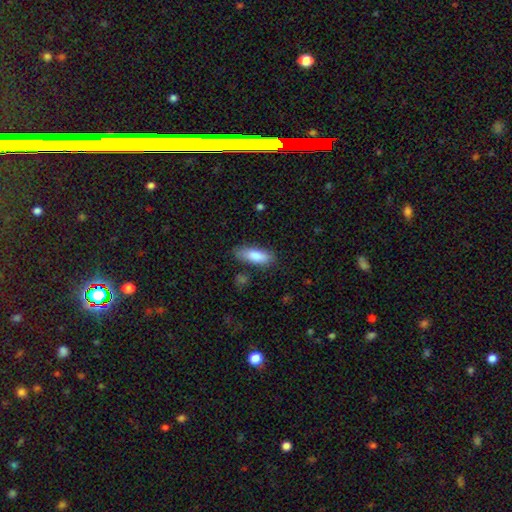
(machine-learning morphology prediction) smooth 83%, featured or disk 11%, star or artifact 6%. Down the decision tree: how rounded — in between (65%); merging — none (78%).